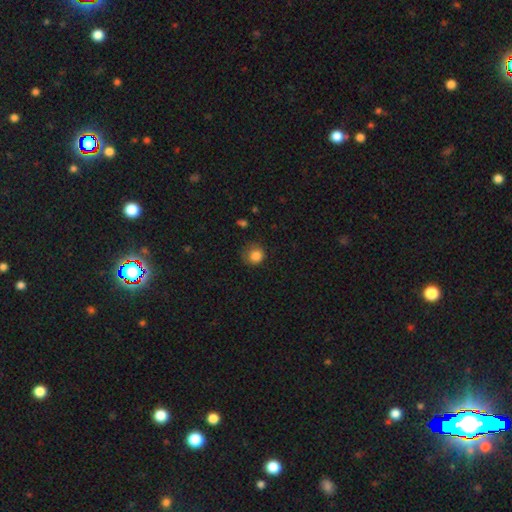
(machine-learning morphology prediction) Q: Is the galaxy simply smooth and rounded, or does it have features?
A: smooth — 84%.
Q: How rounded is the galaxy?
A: round — 83%.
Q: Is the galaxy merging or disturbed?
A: none — 59%.